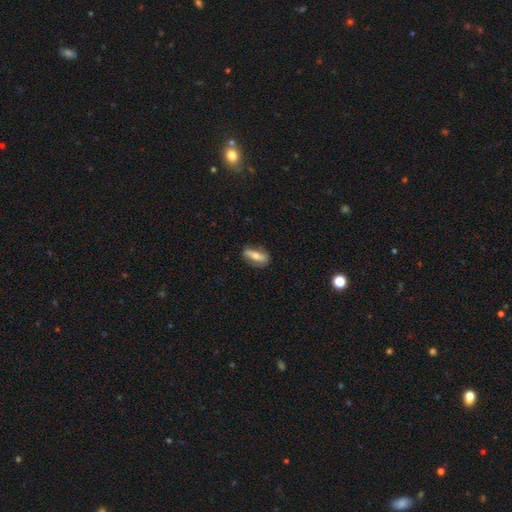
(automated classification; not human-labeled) Smooth or featured? Predicted: smooth (p=0.50). Merging? Predicted: none (p=0.75).